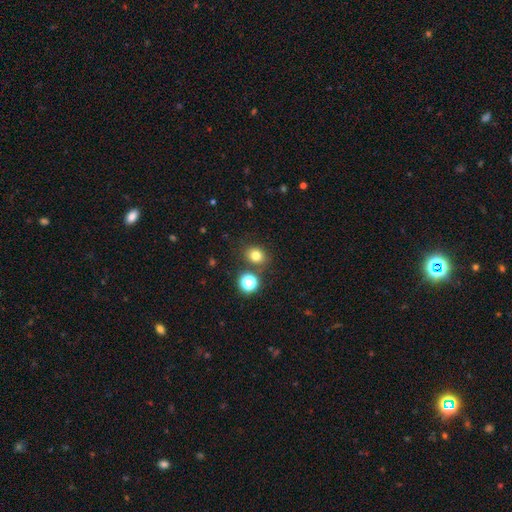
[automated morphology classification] A smooth galaxy with no disk features (77%) that is round (65%).

Vote fractions:
- Smooth or featured? smooth: 77% / star or artifact: 16% / featured or disk: 7%
- How rounded? round: 65% / in between: 34% / cigar-shaped: 1%
- Merging? none: 79% / minor disturbance: 9% / merger: 9% / major disturbance: 3%